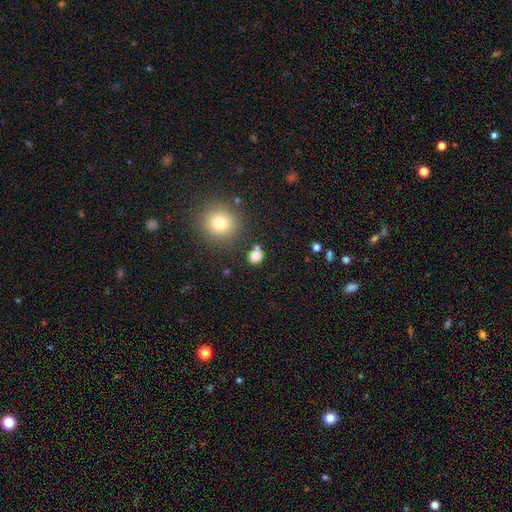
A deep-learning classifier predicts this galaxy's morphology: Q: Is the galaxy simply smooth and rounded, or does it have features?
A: smooth — 81%.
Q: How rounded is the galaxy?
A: round — 63%.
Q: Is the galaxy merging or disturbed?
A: none — 75%.